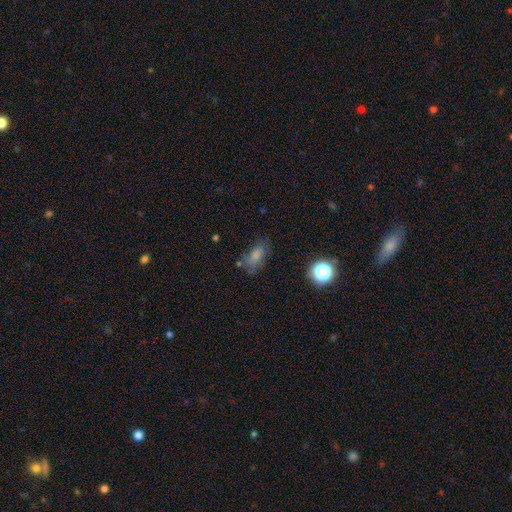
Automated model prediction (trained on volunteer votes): The model was most divided on "merging": none: 61%, minor disturbance: 24%, major disturbance: 10%, merger: 5%. More confident: how rounded — in between (85%); smooth or featured — smooth (72%).